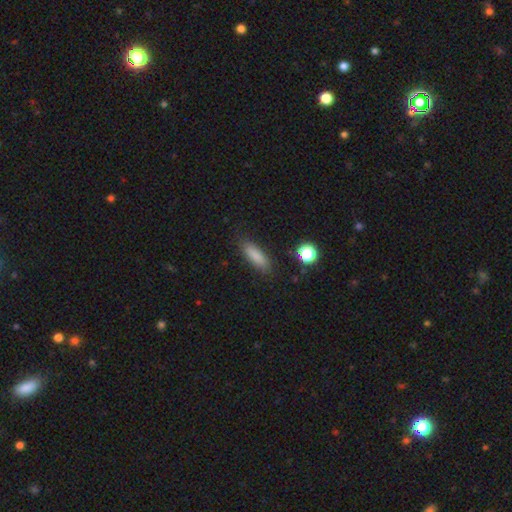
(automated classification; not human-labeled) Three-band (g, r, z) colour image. It shows a smooth galaxy with no disk features (84%) that is cigar-shaped (50%). Merging: none (85%).